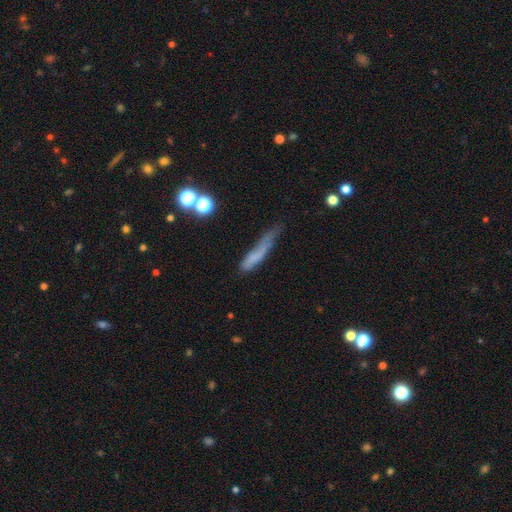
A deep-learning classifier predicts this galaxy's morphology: Smooth or featured? smooth (59%)
How rounded? cigar-shaped (84%)
Merging? none (37%)